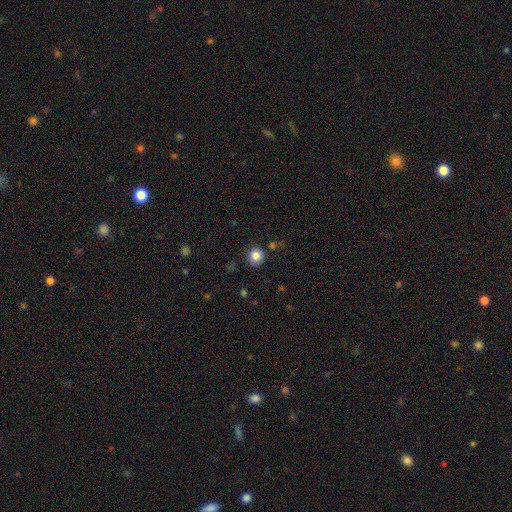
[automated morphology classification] smooth-or-featured: smooth: 84% | star or artifact: 11% | featured or disk: 6%
  how-rounded: round: 91% | in between: 8% | cigar-shaped: 1%
  merging: none: 84% | minor disturbance: 10% | merger: 3% | major disturbance: 3%